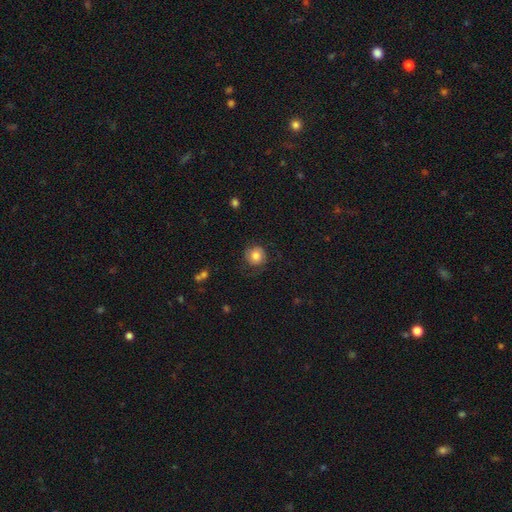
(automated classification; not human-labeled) This appears to be a smooth galaxy with no disk features (77%) that is round (90%). Merging: none (71%).